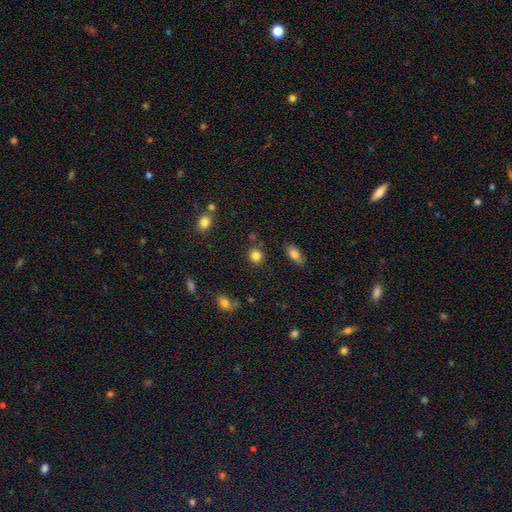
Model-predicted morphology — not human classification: Smooth or featured? Predicted: smooth (p=0.84). How rounded? Predicted: round (p=0.85). Merging? Predicted: none (p=0.84).